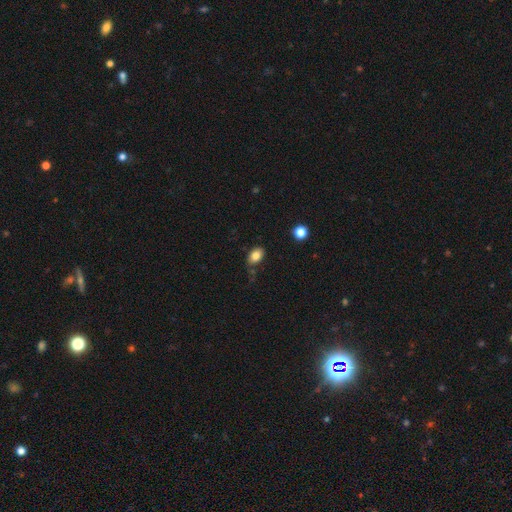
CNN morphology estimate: type=smooth (82%); roundness=in between (86%); merging=none (66%).